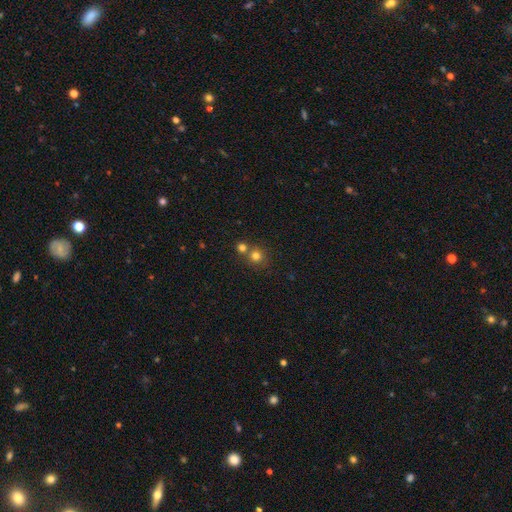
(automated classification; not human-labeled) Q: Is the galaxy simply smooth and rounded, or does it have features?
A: smooth — 78%.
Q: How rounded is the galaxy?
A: round — 89%.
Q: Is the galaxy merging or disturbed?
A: none — 58%.